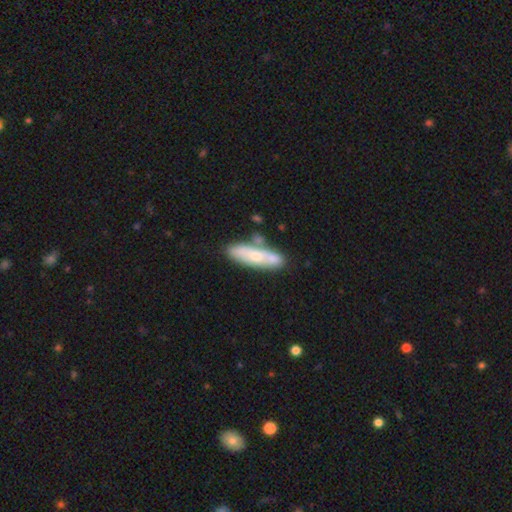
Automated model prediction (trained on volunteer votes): Smooth or featured?
  - smooth: 55% *
  - featured or disk: 39%
  - star or artifact: 6%
How rounded?
  - cigar-shaped: 59% *
  - in between: 39%
  - round: 2%
Merging?
  - none: 57% *
  - merger: 21%
  - minor disturbance: 17%
  - major disturbance: 5%